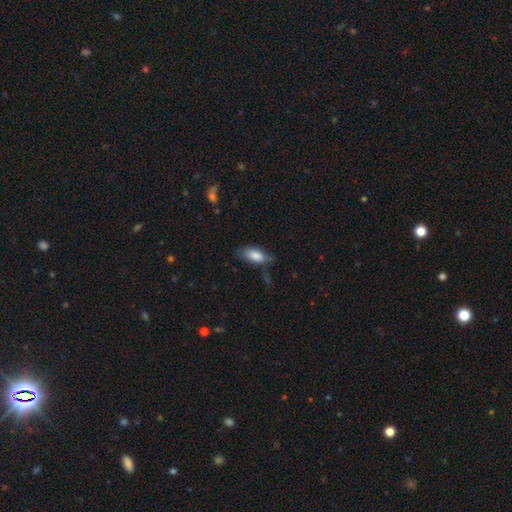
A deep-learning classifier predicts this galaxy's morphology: This appears to be a smooth galaxy with no disk features (81%) that is in between round and cigar-shaped (87%). Merging: none (53%).